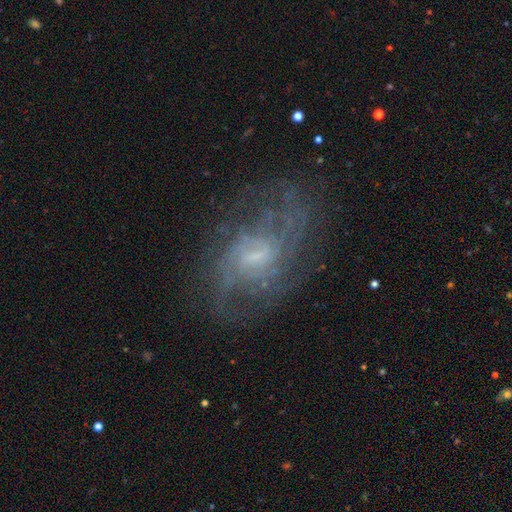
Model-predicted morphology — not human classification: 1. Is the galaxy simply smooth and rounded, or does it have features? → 79% featured or disk, 11% smooth, 10% star or artifact.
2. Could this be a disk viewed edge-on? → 97% no, 3% yes.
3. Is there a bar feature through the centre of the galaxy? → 54% weak, 35% no, 11% strong.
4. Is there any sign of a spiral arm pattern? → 89% yes, 11% no.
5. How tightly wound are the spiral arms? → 42% medium, 39% tight, 19% loose.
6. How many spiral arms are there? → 45% can't tell, 21% 2, 13% 3, 9% 4, 6% more than 4, 5% 1.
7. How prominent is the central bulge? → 52% small, 24% moderate, 20% none, 3% large, 1% dominant.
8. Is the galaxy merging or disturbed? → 66% none, 17% minor disturbance, 14% major disturbance, 2% merger.